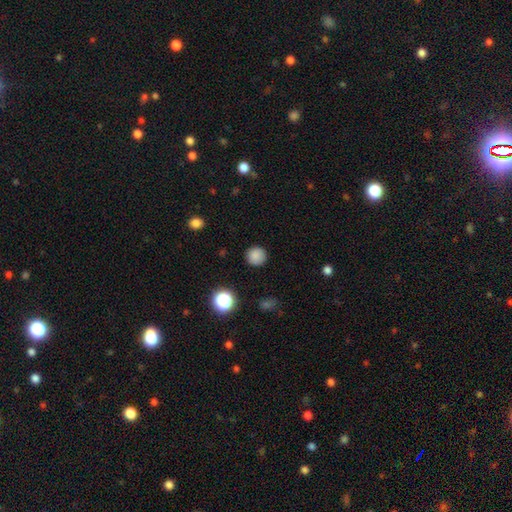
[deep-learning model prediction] Q: Smooth or featured?
A: smooth (84%); runner-up: star or artifact (12%)
Q: How rounded?
A: round (94%); runner-up: in between (5%)
Q: Merging?
A: none (90%); runner-up: minor disturbance (7%)